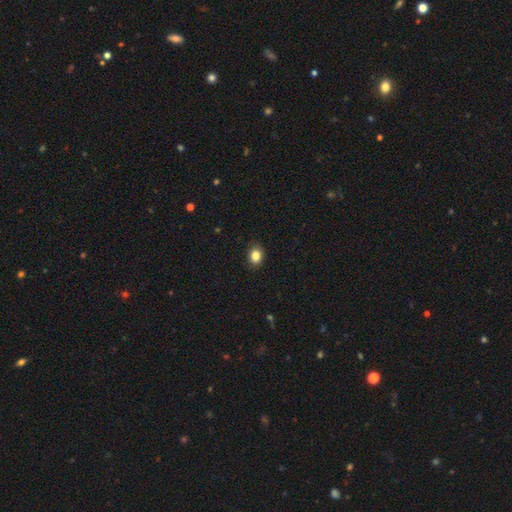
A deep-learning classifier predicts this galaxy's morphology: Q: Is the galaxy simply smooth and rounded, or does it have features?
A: smooth — 85%.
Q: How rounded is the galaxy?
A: in between — 57%.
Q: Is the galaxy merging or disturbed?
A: none — 89%.